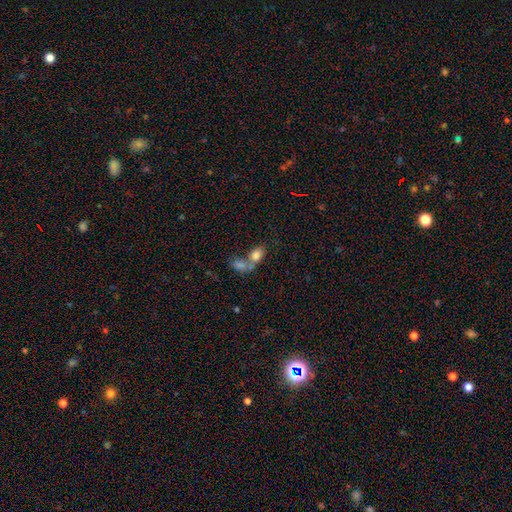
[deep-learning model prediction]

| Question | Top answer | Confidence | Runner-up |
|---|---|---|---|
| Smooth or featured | smooth | 78% | featured or disk (13%) |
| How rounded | in between | 81% | round (17%) |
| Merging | merger | 61% | none (25%) |